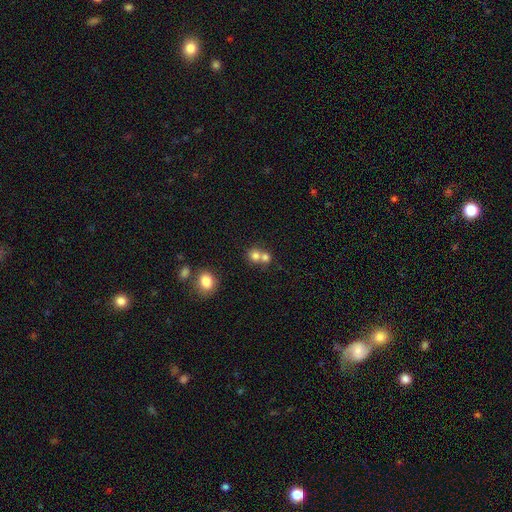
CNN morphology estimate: A smooth galaxy with no disk features (75%) that is round (81%). Merging: merger (56%).